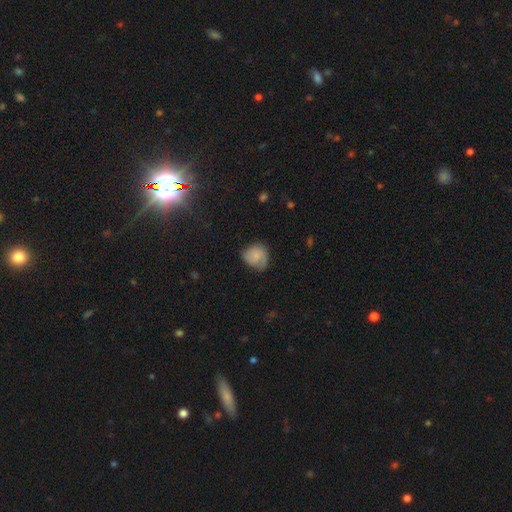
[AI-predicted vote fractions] Overall: smooth (76%). How rounded: round (74%). Merging: none (53%; minor disturbance 35%).